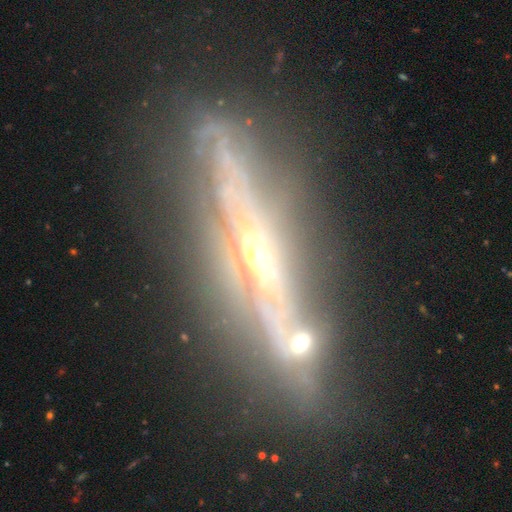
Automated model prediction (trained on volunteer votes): The model was most divided on "edge-on bulge": rounded: 74%, none: 20%, boxy: 6%. More confident: edge-on disk — yes (94%); smooth or featured — featured or disk (84%); merging — none (80%).